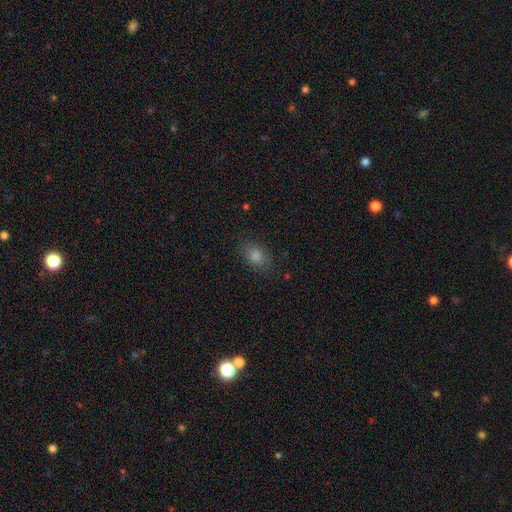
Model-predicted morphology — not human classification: smooth_or_featured: smooth (p=0.77) [alt: star or artifact p=0.14]
how_rounded: in between (p=0.73) [alt: round p=0.26]
merging: none (p=0.85) [alt: minor disturbance p=0.11]